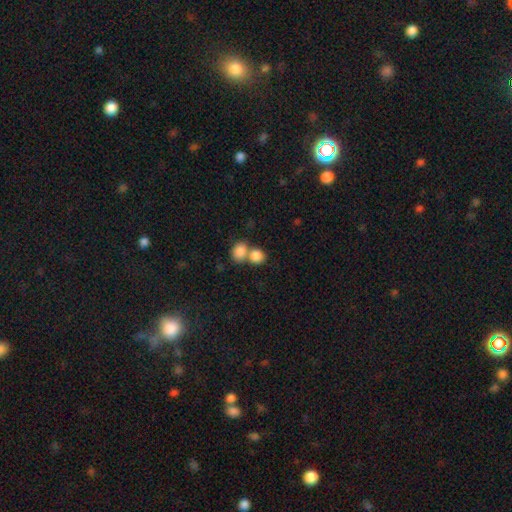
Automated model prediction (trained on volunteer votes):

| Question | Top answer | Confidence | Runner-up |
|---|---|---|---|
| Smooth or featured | smooth | 85% | star or artifact (8%) |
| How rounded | round | 67% | in between (32%) |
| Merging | merger | 56% | none (35%) |